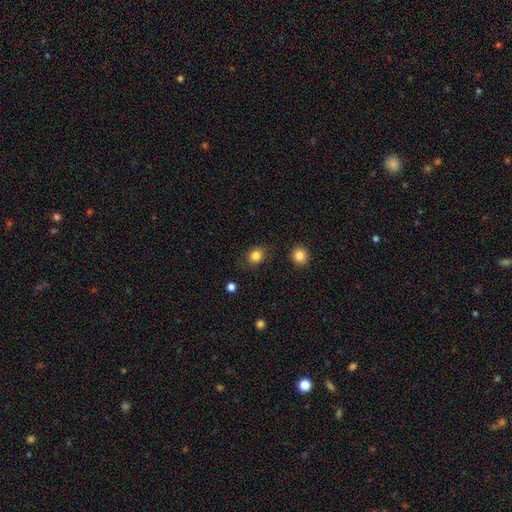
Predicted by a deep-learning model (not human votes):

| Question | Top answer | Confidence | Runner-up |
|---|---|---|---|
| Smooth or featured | smooth | 83% | star or artifact (10%) |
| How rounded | round | 58% | in between (41%) |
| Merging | none | 80% | minor disturbance (14%) |